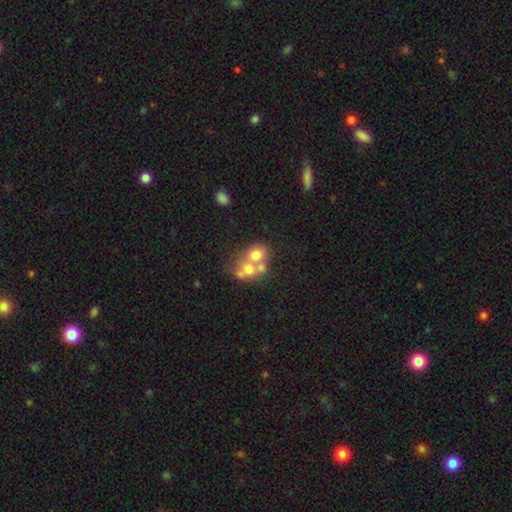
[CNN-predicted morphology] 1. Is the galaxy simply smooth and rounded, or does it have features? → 58% smooth, 29% featured or disk, 13% star or artifact.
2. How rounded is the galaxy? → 67% round, 32% in between, 1% cigar-shaped.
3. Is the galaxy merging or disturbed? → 62% merger, 27% none, 7% minor disturbance, 4% major disturbance.